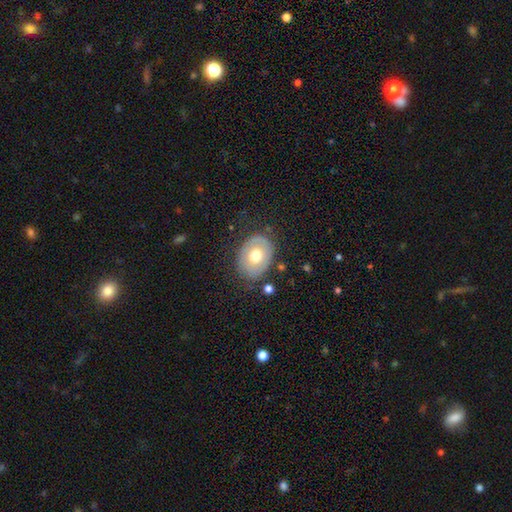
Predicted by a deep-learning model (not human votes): Q: Smooth or featured?
A: smooth (59%); runner-up: featured or disk (34%)
Q: How rounded?
A: in between (68%); runner-up: round (31%)
Q: Merging?
A: none (76%); runner-up: minor disturbance (16%)